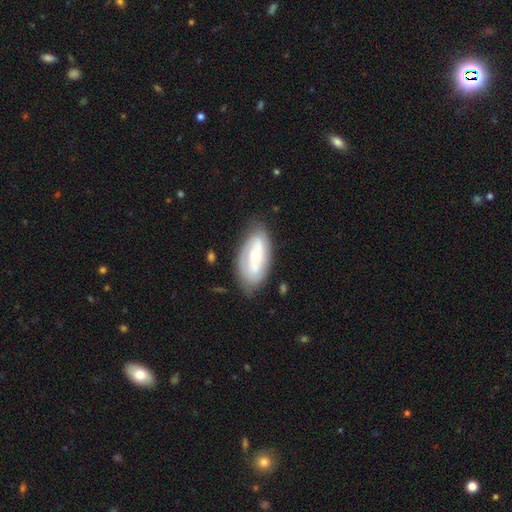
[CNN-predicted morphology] Q: Smooth or featured?
A: featured or disk (66%); runner-up: smooth (29%)
Q: Edge-on disk?
A: no (92%); runner-up: yes (8%)
Q: Bar?
A: no (56%); runner-up: weak (29%)
Q: Spiral arms?
A: yes (72%); runner-up: no (28%)
Q: Bulge size?
A: moderate (59%); runner-up: small (34%)
Q: Merging?
A: none (74%); runner-up: minor disturbance (18%)